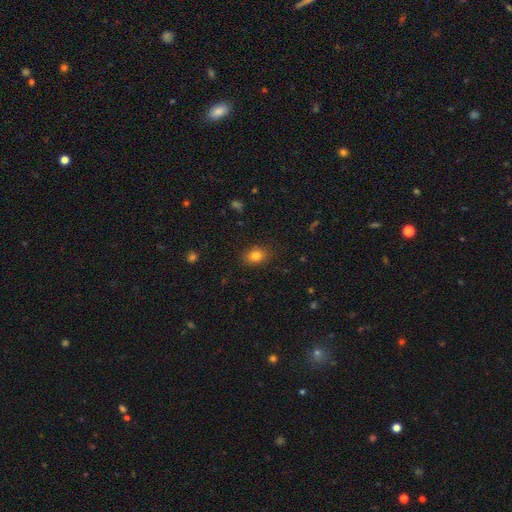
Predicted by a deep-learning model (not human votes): This is clearly a smooth galaxy (82%). How rounded: likely in between (63%). Merging: clearly none (86%).